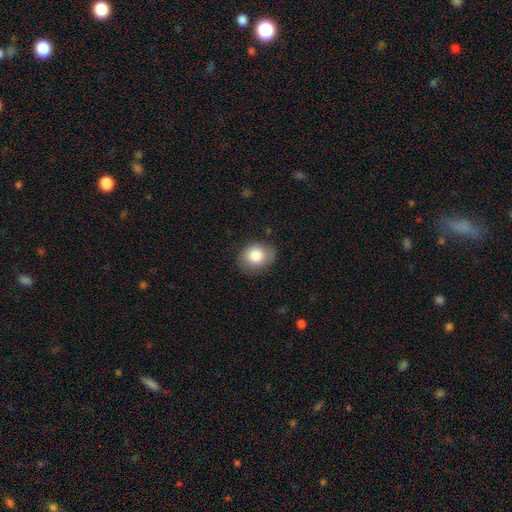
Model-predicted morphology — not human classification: Smooth or featured: smooth — 82% (featured or disk — 10%)
How rounded: round — 53% (in between — 46%)
Merging: none — 76% (minor disturbance — 18%)